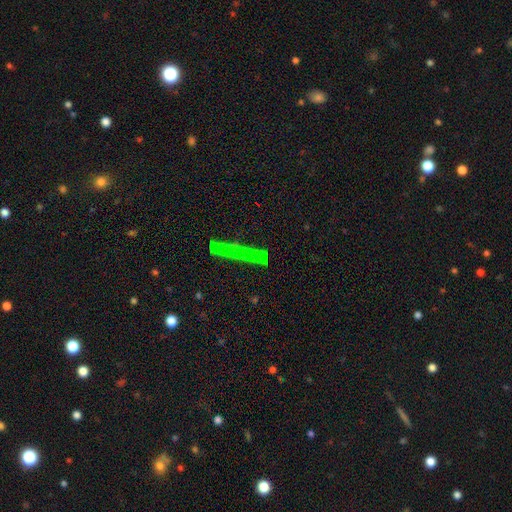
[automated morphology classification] This appears to be a smooth galaxy with no disk features (44%). Merging: none (68%).